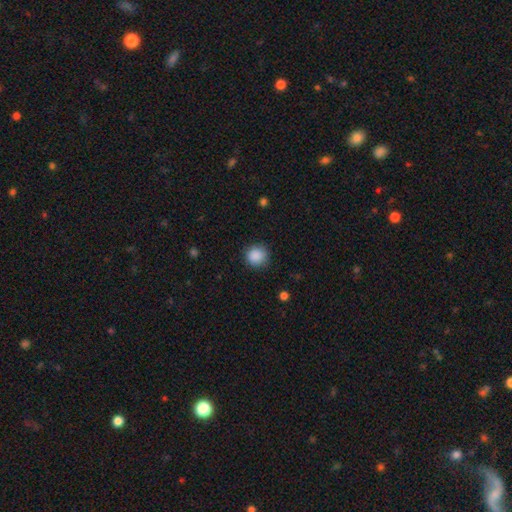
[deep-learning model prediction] A smooth galaxy with no disk features (88%) that is round (92%). Merging: none (87%).